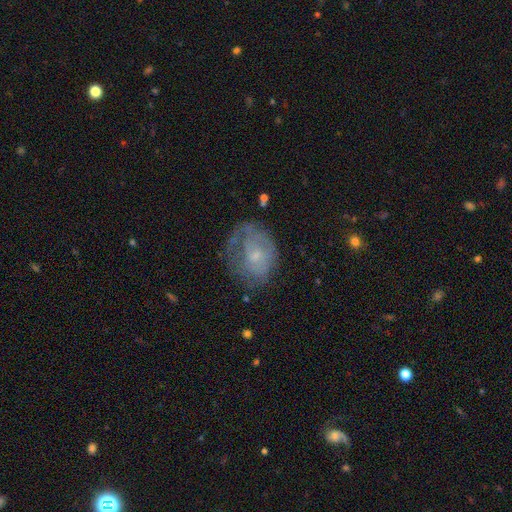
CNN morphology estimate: Overall: featured or disk (51%; smooth 37%). Edge-on disk: no (96%). Merging: none (52%; minor disturbance 26%).